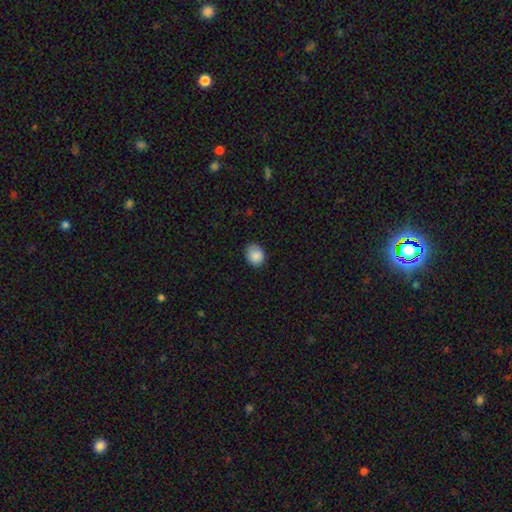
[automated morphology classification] smooth 88%, star or artifact 9%, featured or disk 4%. Down the decision tree: how rounded — round (63%); merging — none (78%).